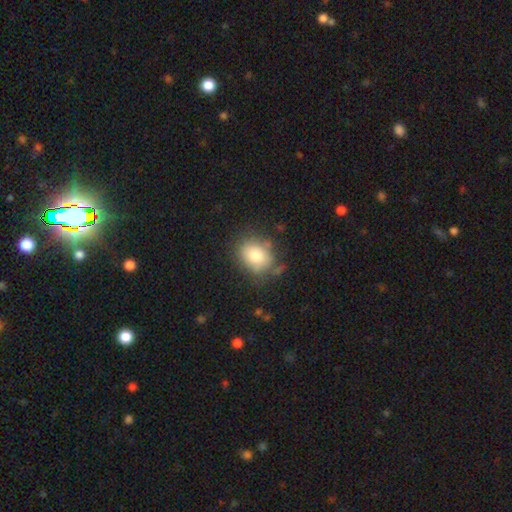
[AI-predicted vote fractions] Smooth or featured: smooth — 79% (featured or disk — 11%)
How rounded: round — 51% (in between — 48%)
Merging: none — 73% (minor disturbance — 18%)